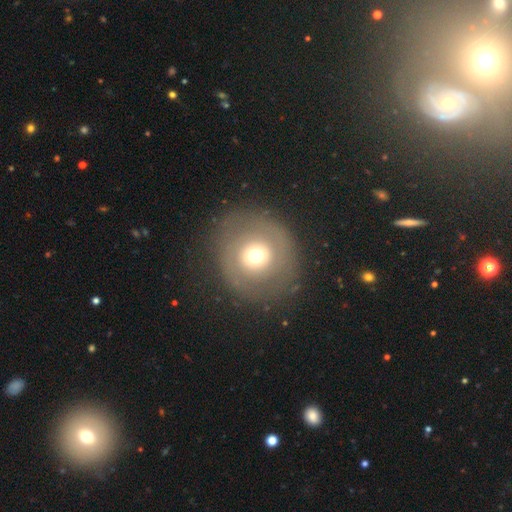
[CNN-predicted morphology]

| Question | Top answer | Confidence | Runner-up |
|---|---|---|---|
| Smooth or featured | smooth | 49% | featured or disk (39%) |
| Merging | none | 78% | minor disturbance (12%) |